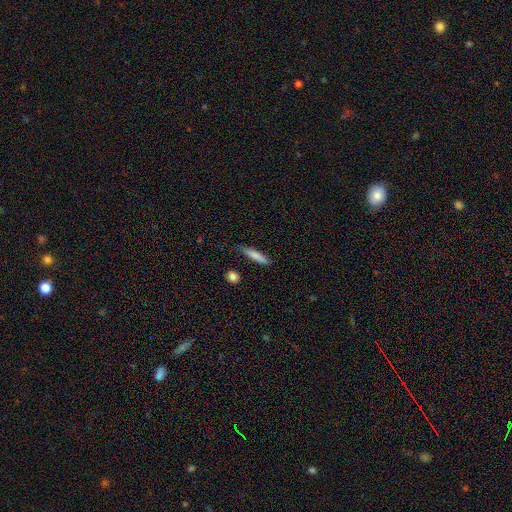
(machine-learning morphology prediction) type=smooth (78%); roundness=cigar-shaped (85%); merging=none (72%).